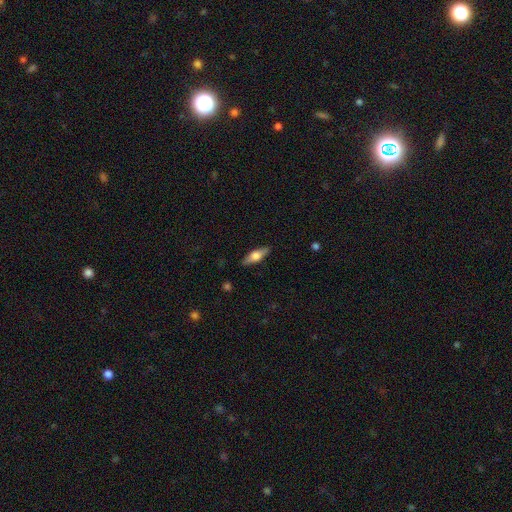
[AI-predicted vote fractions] smooth-or-featured: smooth: 53% | featured or disk: 41% | star or artifact: 6%
  how-rounded: in between: 57% | cigar-shaped: 40% | round: 3%
  merging: none: 87% | minor disturbance: 9% | major disturbance: 2% | merger: 1%